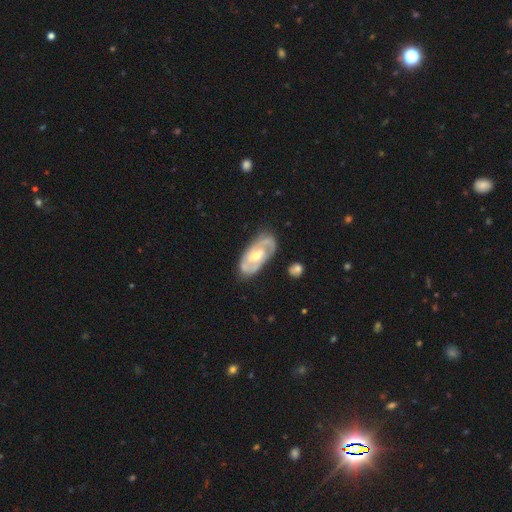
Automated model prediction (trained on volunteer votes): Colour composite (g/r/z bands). It shows a featured or disk galaxy (80%) with no bar (46%), 2 (67%) tight (50%) spiral arms (86%) and a moderate central bulge (65%). Merging: none (75%).